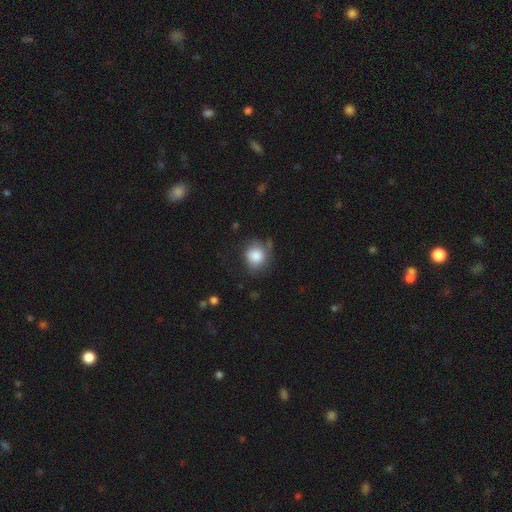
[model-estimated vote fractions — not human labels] smooth_or_featured: smooth (p=0.82) [alt: featured or disk p=0.09]
how_rounded: round (p=0.82) [alt: in between p=0.18]
merging: none (p=0.61) [alt: minor disturbance p=0.26]